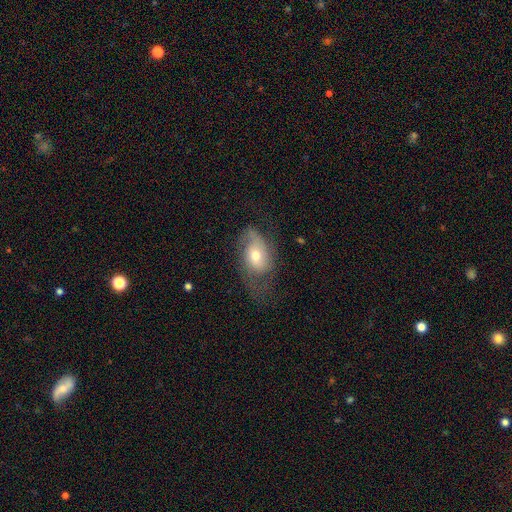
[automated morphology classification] The model was most divided on "smooth or featured": featured or disk: 50%, smooth: 42%, star or artifact: 8%. Remaining: merging — none (43%).